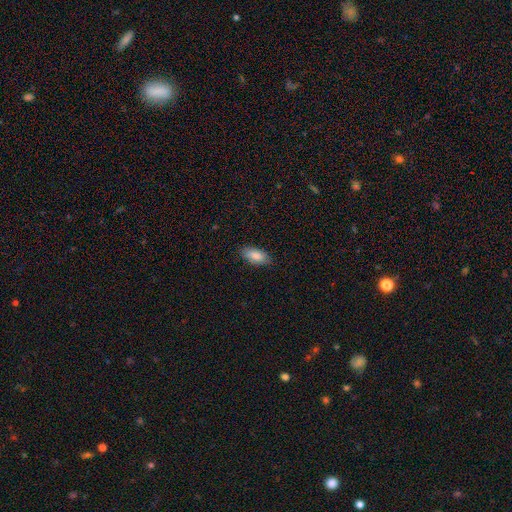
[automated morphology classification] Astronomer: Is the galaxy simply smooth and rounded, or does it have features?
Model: smooth — 85%.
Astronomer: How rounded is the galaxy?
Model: in between — 88%.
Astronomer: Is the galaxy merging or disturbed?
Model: none — 85%.